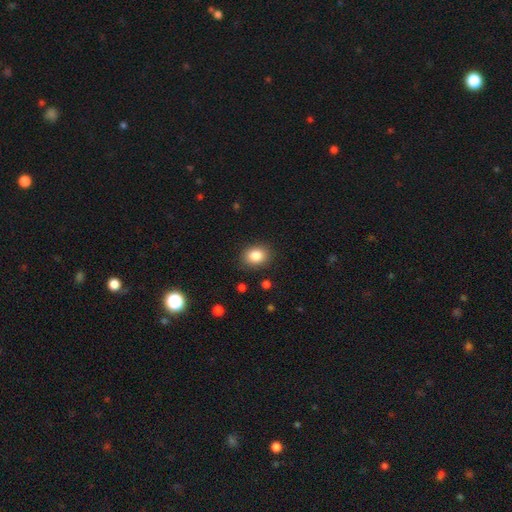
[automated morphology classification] Q: Smooth or featured?
A: smooth (85%); runner-up: star or artifact (9%)
Q: How rounded?
A: in between (51%); runner-up: round (48%)
Q: Merging?
A: none (87%); runner-up: minor disturbance (9%)